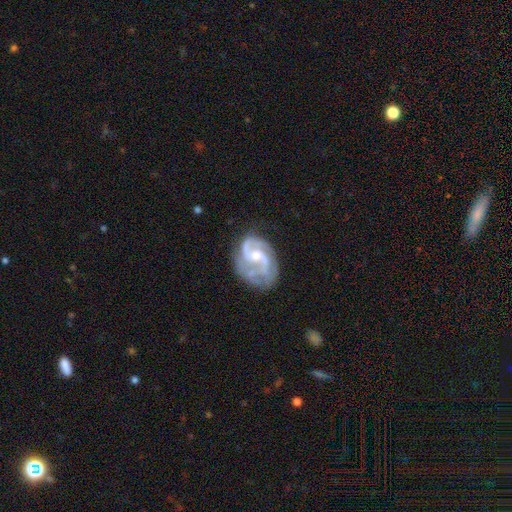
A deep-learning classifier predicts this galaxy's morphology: Q: Smooth or featured?
A: featured or disk (87%); runner-up: smooth (7%)
Q: Edge-on disk?
A: no (98%); runner-up: yes (2%)
Q: Bar?
A: weak (46%); runner-up: no (44%)
Q: Spiral arms?
A: yes (95%); runner-up: no (5%)
Q: Spiral winding?
A: medium (51%); runner-up: tight (26%)
Q: Spiral arm count?
A: 2 (64%); runner-up: 3 (16%)
Q: Bulge size?
A: small (47%); runner-up: moderate (46%)
Q: Merging?
A: none (60%); runner-up: minor disturbance (23%)